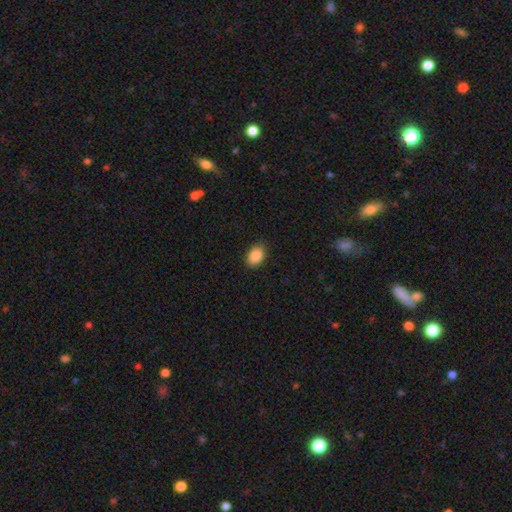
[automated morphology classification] smooth-or-featured: smooth: 89% | star or artifact: 8% | featured or disk: 4%
  how-rounded: in between: 82% | round: 16% | cigar-shaped: 1%
  merging: none: 87% | minor disturbance: 10% | major disturbance: 2% | merger: 1%